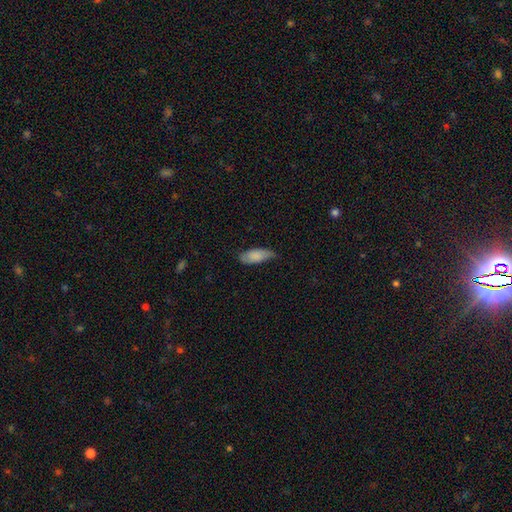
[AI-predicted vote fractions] Q: Smooth or featured?
A: smooth (82%); runner-up: featured or disk (12%)
Q: How rounded?
A: in between (81%); runner-up: cigar-shaped (18%)
Q: Merging?
A: none (62%); runner-up: minor disturbance (31%)